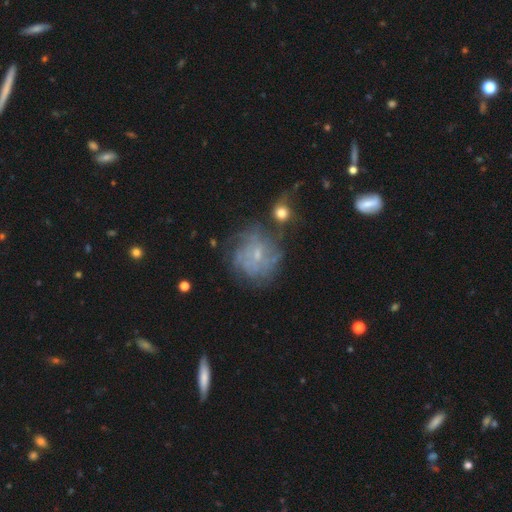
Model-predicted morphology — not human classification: A featured or disk galaxy (62%) with no bar (61%), spiral arms (63%) and a small central bulge (68%). Merging: none (53%).